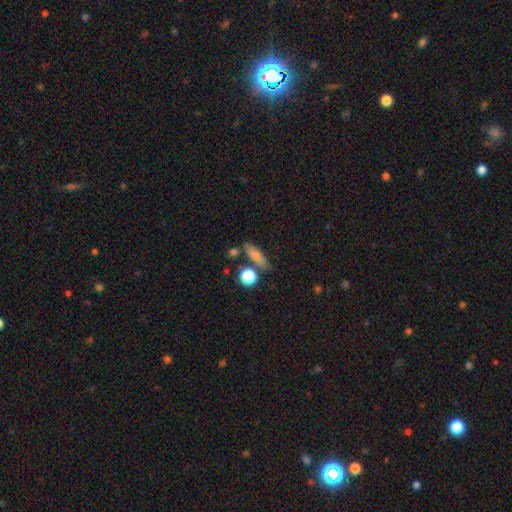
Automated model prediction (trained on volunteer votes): A smooth galaxy with no disk features (74%) that is cigar-shaped (48%). Merging: none (72%).